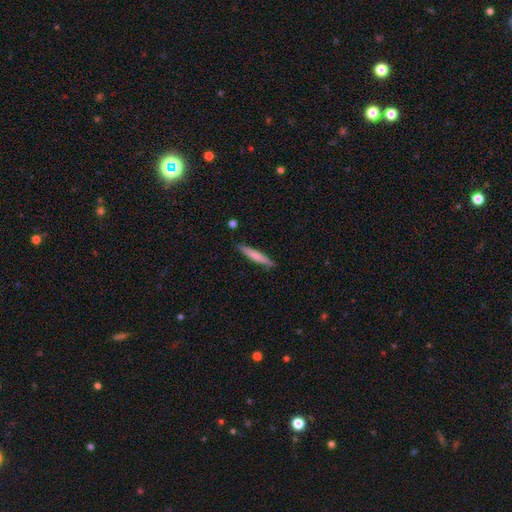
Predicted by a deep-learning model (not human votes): Smooth or featured? Predicted: smooth (p=0.70). How rounded? Predicted: cigar-shaped (p=0.93). Merging? Predicted: none (p=0.86).